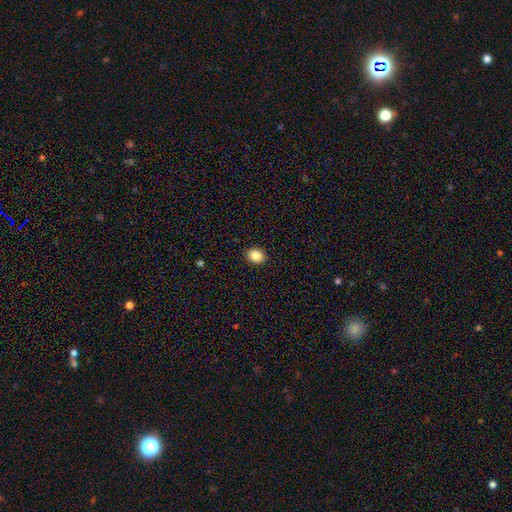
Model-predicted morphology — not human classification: Smooth or featured? smooth (85%)
How rounded? round (62%)
Merging? none (90%)